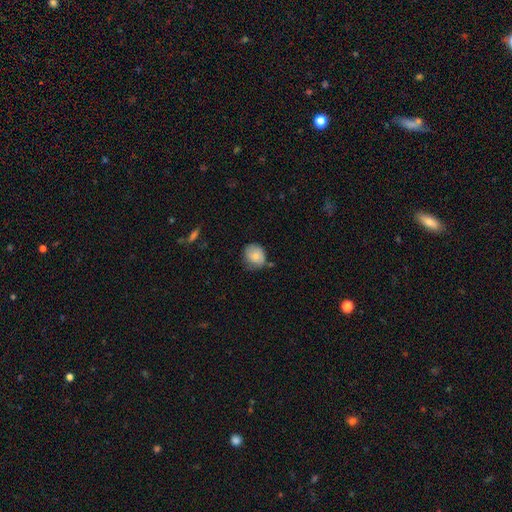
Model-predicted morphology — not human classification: Overall: smooth (78%). How rounded: round (72%). Merging: none (58%; minor disturbance 31%).